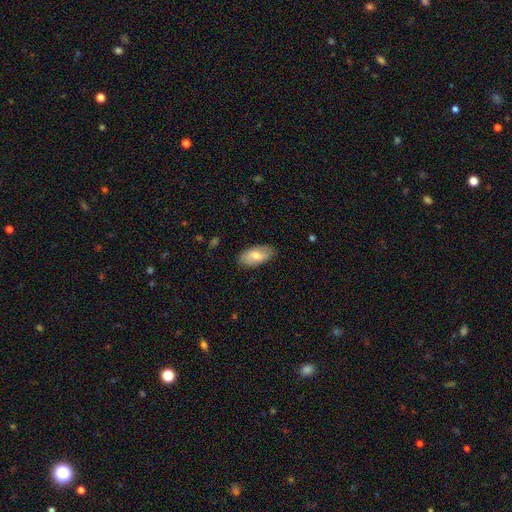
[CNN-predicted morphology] This is likely a smooth galaxy (66%). How rounded: clearly in between (94%). Merging: clearly none (84%).